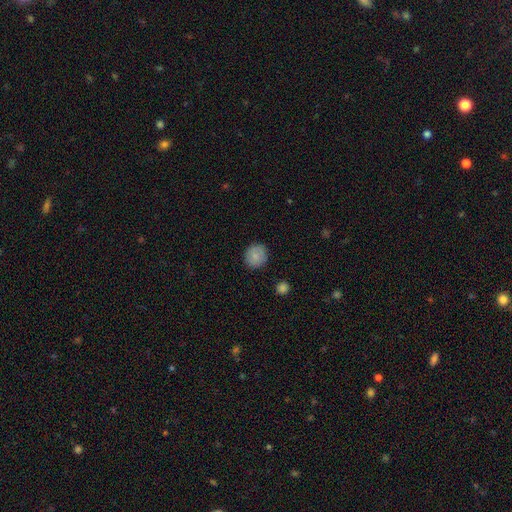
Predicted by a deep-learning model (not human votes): Smooth or featured: smooth — 85% (star or artifact — 8%)
How rounded: round — 87% (in between — 12%)
Merging: none — 87% (minor disturbance — 9%)